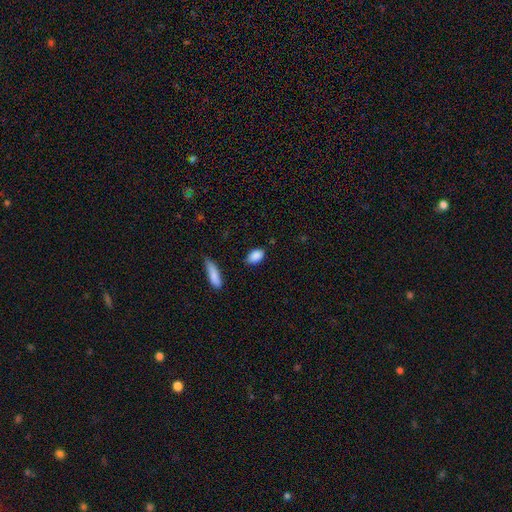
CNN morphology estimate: type=smooth (88%); roundness=in between (89%); merging=none (80%).